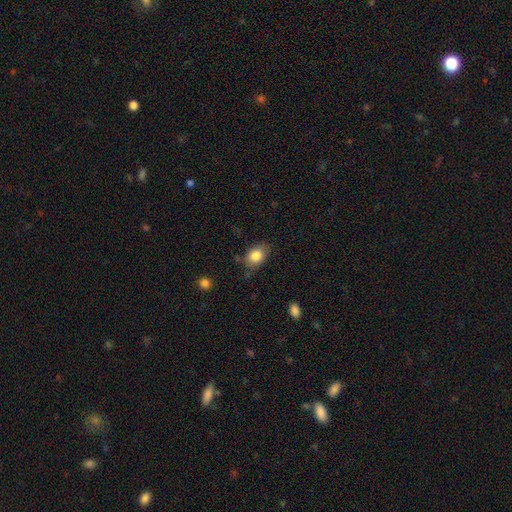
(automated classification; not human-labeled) Smooth or featured? smooth (84%)
How rounded? in between (76%)
Merging? none (75%)